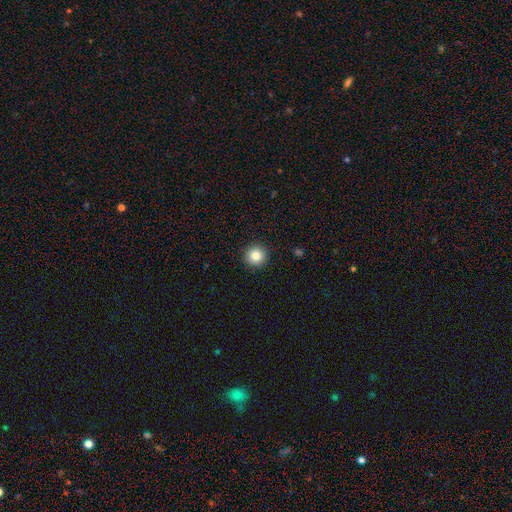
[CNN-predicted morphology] The model was most divided on "smooth or featured": smooth: 84%, star or artifact: 10%, featured or disk: 6%. More confident: how rounded — round (95%); merging — none (93%).